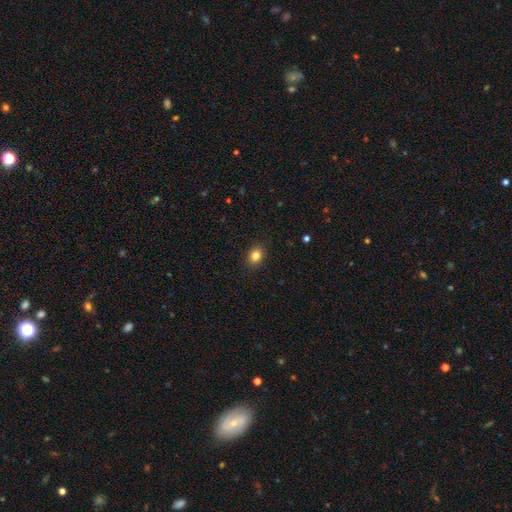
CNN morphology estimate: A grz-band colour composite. It shows a smooth galaxy with no disk features (82%) that is round (52%). Merging: none (90%).